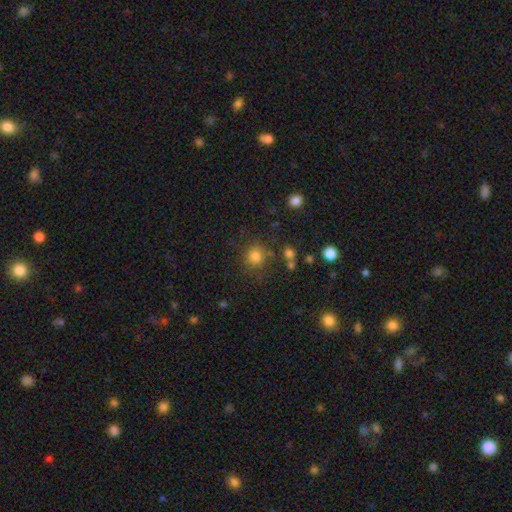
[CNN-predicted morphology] Smooth or featured? Predicted: smooth (p=0.81). How rounded? Predicted: round (p=0.90). Merging? Predicted: none (p=0.76).